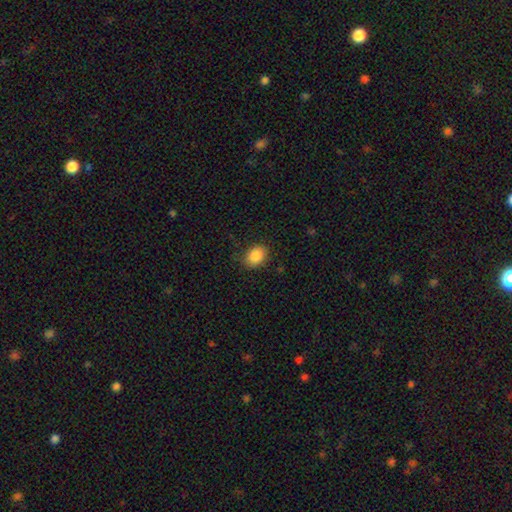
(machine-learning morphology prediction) A smooth galaxy with no disk features (87%) that is in between round and cigar-shaped (67%). Merging: none (82%).